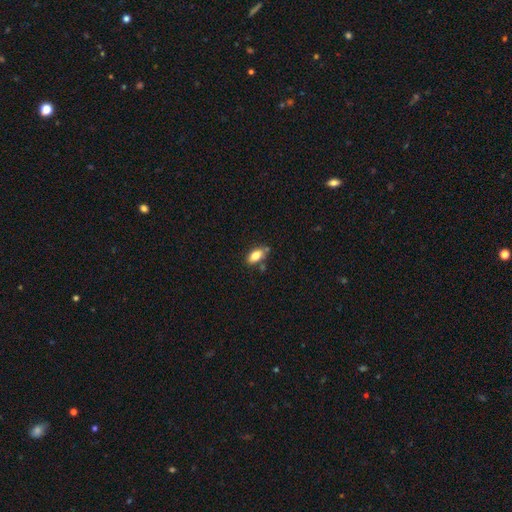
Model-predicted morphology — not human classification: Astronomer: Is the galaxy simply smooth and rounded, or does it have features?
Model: smooth — 80%.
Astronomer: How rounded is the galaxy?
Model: in between — 89%.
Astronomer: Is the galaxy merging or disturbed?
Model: none — 72%.